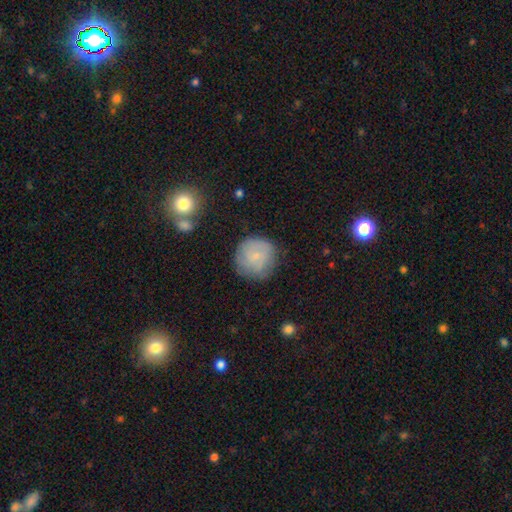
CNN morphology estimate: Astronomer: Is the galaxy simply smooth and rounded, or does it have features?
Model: smooth — 49% (runner-up: featured or disk, 43%).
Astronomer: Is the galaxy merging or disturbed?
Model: none — 75%.